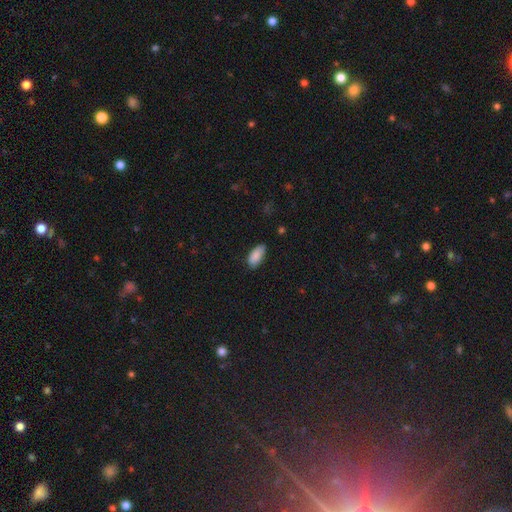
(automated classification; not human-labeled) A smooth galaxy with no disk features (88%) that is in between round and cigar-shaped (90%).

Vote fractions:
- Smooth or featured? smooth: 88% / star or artifact: 6% / featured or disk: 6%
- How rounded? in between: 90% / cigar-shaped: 8% / round: 2%
- Merging? none: 80% / minor disturbance: 17% / major disturbance: 3% / merger: 1%